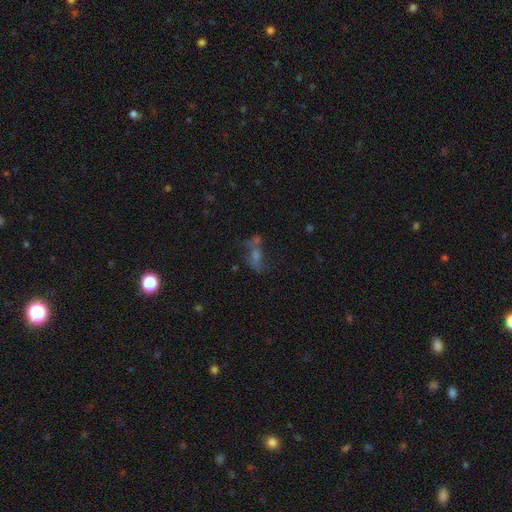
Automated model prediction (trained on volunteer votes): Morphology: type=smooth (35%); merging=none (38%).